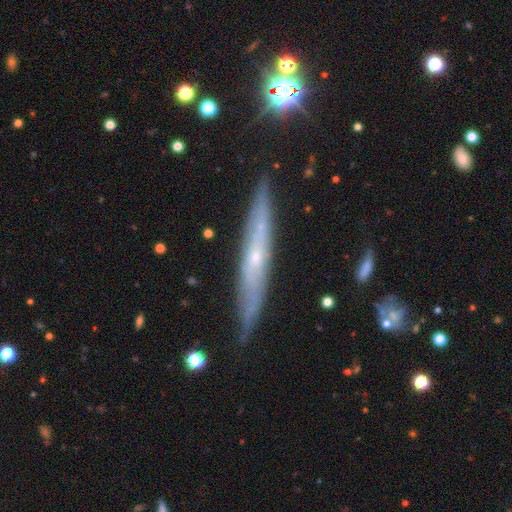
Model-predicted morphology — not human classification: Smooth or featured?
  - featured or disk: 69% *
  - smooth: 24%
  - star or artifact: 7%
Edge-on disk?
  - yes: 82% *
  - no: 18%
Edge-on bulge?
  - rounded: 58% *
  - none: 39%
  - boxy: 2%
Merging?
  - none: 84% *
  - minor disturbance: 13%
  - major disturbance: 2%
  - merger: 2%